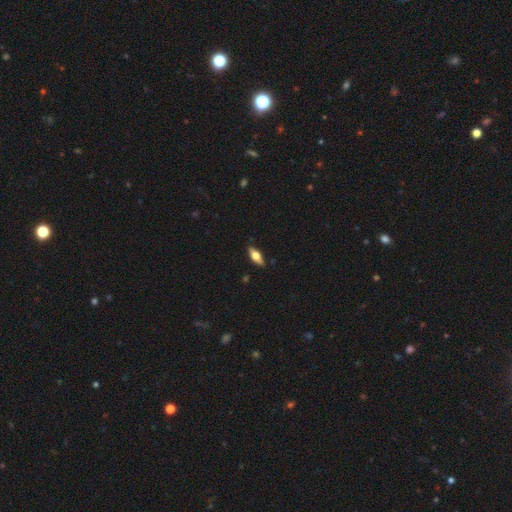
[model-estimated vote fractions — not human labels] smooth_or_featured: smooth (p=0.53) [alt: featured or disk p=0.40]
how_rounded: in between (p=0.73) [alt: cigar-shaped p=0.24]
merging: none (p=0.86) [alt: minor disturbance p=0.11]